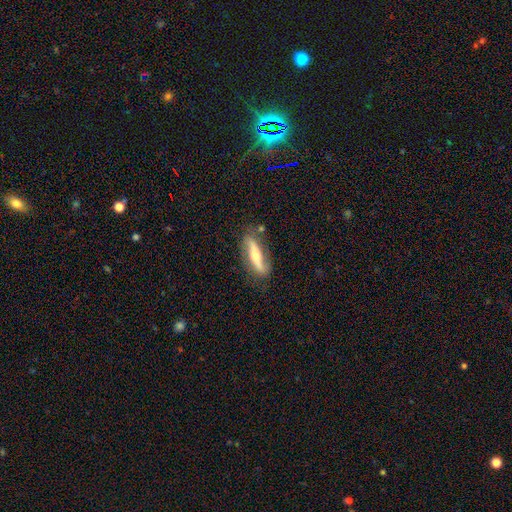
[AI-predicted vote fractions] Q: Smooth or featured?
A: featured or disk (65%); runner-up: smooth (29%)
Q: Edge-on disk?
A: yes (53%); runner-up: no (47%)
Q: Merging?
A: none (76%); runner-up: minor disturbance (16%)